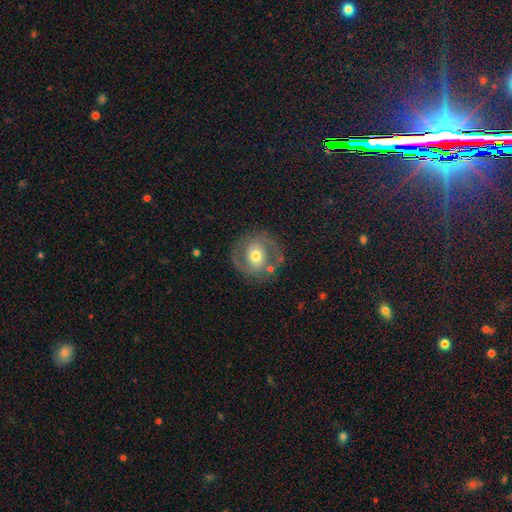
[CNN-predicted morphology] The model was most divided on "spiral winding": medium: 50%, tight: 33%, loose: 17%. More confident: edge-on disk — no (97%); spiral arm count — 2 (88%); spiral arms — yes (83%); merging — none (78%); smooth or featured — featured or disk (73%); bulge size — moderate (72%); bar — no (58%).